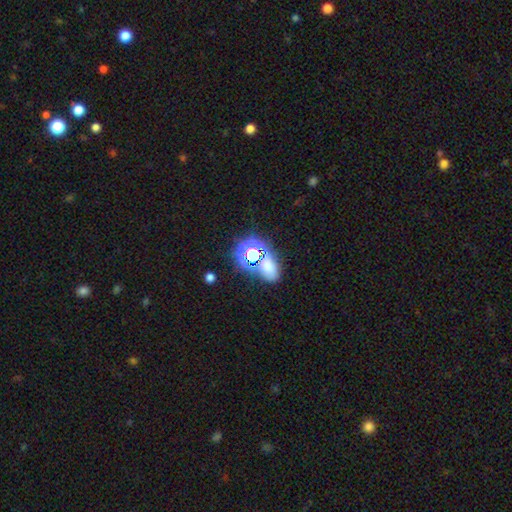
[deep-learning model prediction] Overall: star or artifact (52%; smooth 38%).